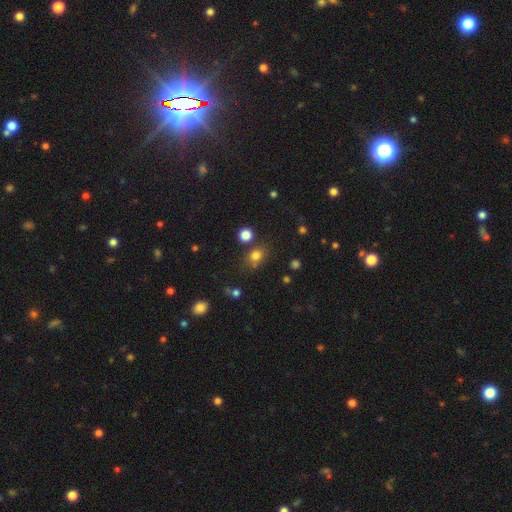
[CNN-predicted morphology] type=smooth (77%); roundness=round (71%); merging=none (71%).